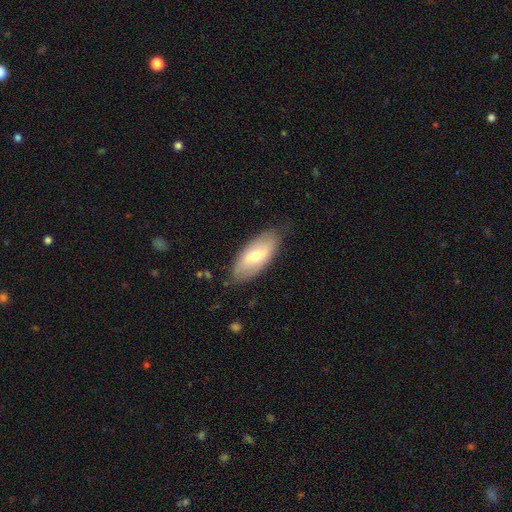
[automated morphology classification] smooth 51%, featured or disk 43%, star or artifact 6%. Down the decision tree: how rounded — in between (88%); merging — none (78%).